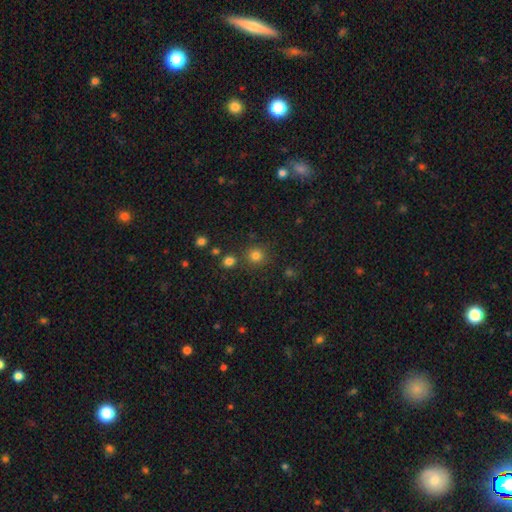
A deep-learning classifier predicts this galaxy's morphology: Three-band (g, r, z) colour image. It shows a smooth galaxy with no disk features (79%) that is round (92%). Merging: none (82%).